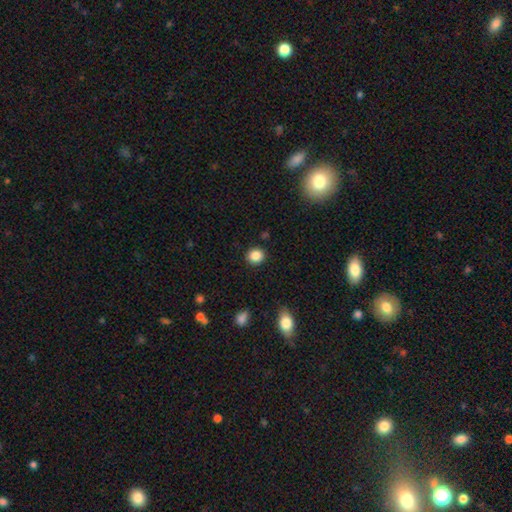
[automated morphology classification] smooth 87%, star or artifact 10%, featured or disk 4%. Down the decision tree: how rounded — round (85%); merging — none (90%).